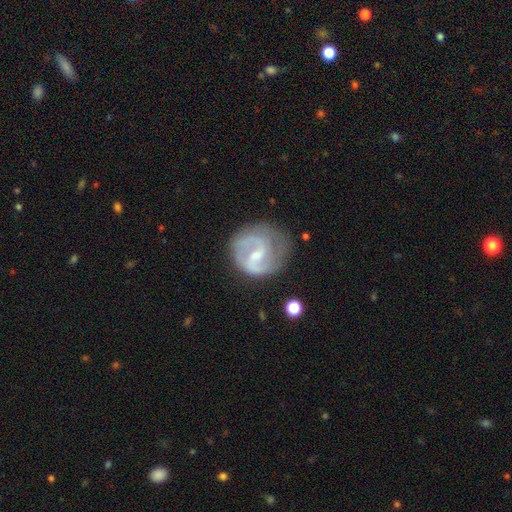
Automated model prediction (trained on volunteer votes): Smooth or featured?
  - featured or disk: 84% *
  - smooth: 11%
  - star or artifact: 5%
Edge-on disk?
  - no: 98% *
  - yes: 2%
Bar?
  - weak: 59% *
  - strong: 21%
  - no: 20%
Spiral arms?
  - yes: 95% *
  - no: 5%
Spiral winding?
  - medium: 52% *
  - loose: 26%
  - tight: 23%
Spiral arm count?
  - 2: 81% *
  - 1: 7%
  - can't tell: 7%
  - 3: 3%
  - 4: 1%
  - more than 4: 1%
Bulge size?
  - small: 58% *
  - moderate: 29%
  - none: 10%
  - large: 2%
  - dominant: 1%
Merging?
  - none: 63% *
  - minor disturbance: 22%
  - major disturbance: 13%
  - merger: 2%